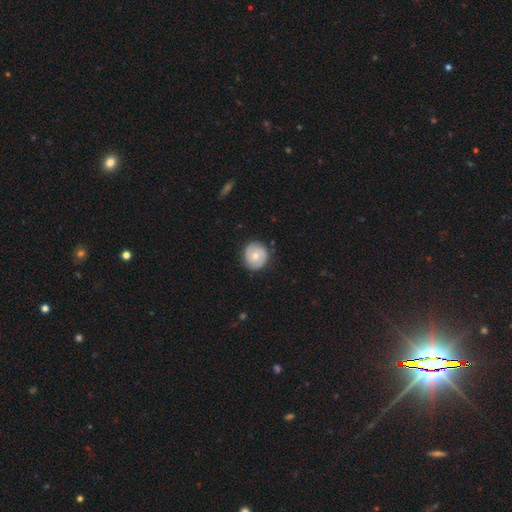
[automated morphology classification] This is possibly a featured or disk galaxy (51%). It is clearly not viewed edge-on (97%). Merging: clearly none (83%).